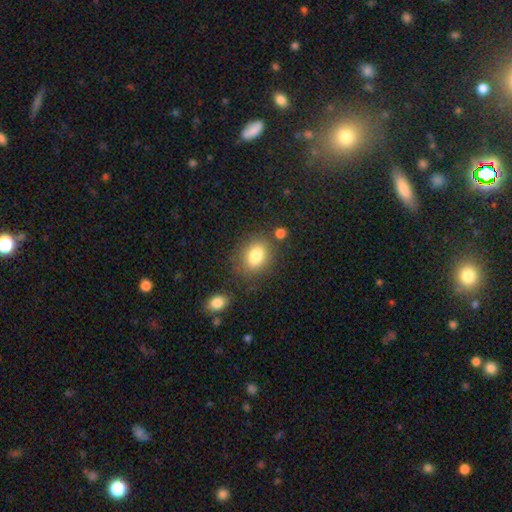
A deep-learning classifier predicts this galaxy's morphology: Overall: smooth (82%). How rounded: in between (62%; round 37%). Merging: none (75%).